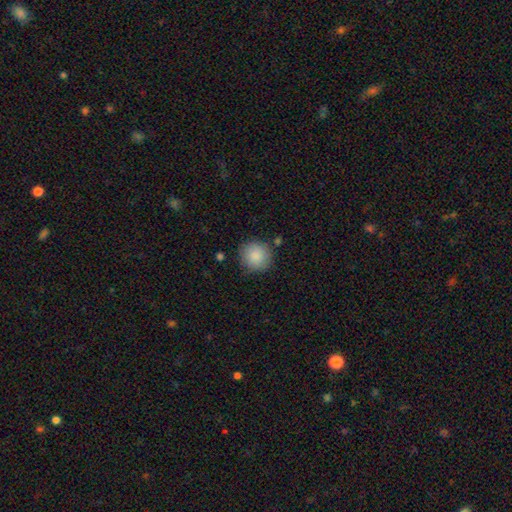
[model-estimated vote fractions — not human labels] A smooth galaxy with no disk features (88%) that is round (92%). Merging: none (84%).